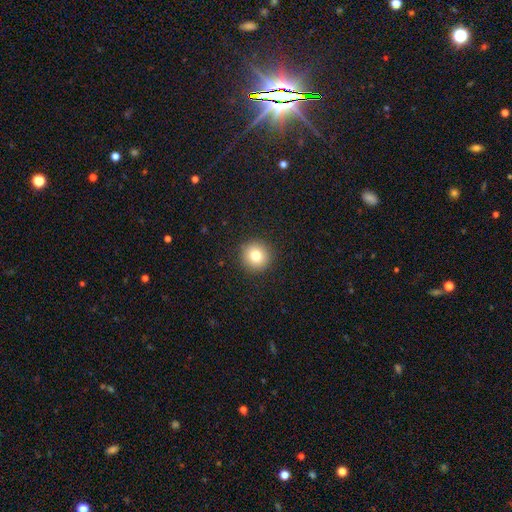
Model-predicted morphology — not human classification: The model was most divided on "smooth or featured": smooth: 80%, star or artifact: 11%, featured or disk: 9%. More confident: how rounded — round (95%); merging — none (92%).